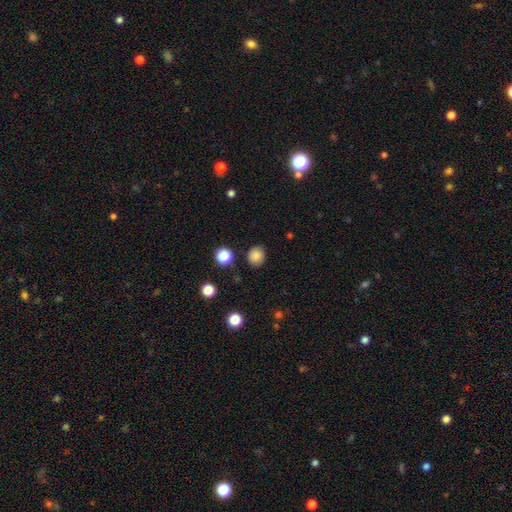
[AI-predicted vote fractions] Smooth or featured?
  - smooth: 84% *
  - star or artifact: 11%
  - featured or disk: 4%
How rounded?
  - round: 81% *
  - in between: 18%
  - cigar-shaped: 1%
Merging?
  - none: 87% *
  - minor disturbance: 8%
  - major disturbance: 2%
  - merger: 2%